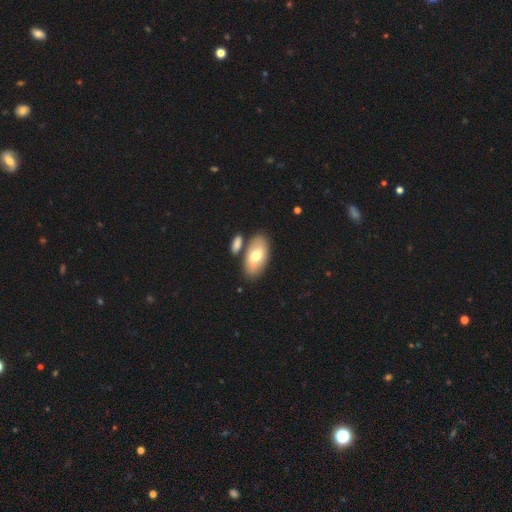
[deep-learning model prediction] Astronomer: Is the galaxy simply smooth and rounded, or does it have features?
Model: smooth — 64%.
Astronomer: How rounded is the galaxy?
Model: in between — 93%.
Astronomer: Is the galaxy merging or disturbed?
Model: none — 66%.